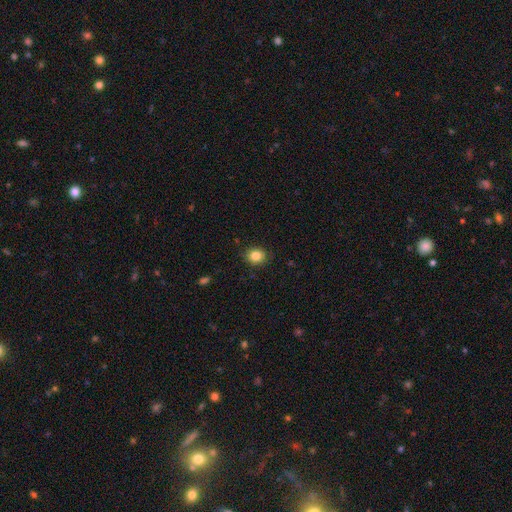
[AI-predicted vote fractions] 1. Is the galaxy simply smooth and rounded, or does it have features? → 84% smooth, 10% star or artifact, 6% featured or disk.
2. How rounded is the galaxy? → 73% round, 26% in between, 1% cigar-shaped.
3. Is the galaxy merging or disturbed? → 88% none, 9% minor disturbance, 2% major disturbance, 1% merger.